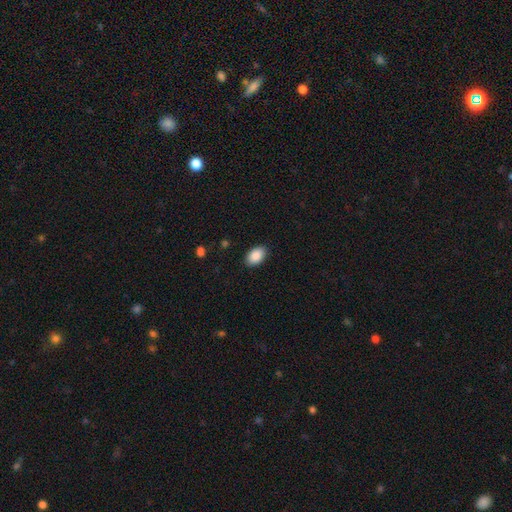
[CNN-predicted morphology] smooth 89%, star or artifact 7%, featured or disk 4%. Down the decision tree: how rounded — in between (91%); merging — none (89%).